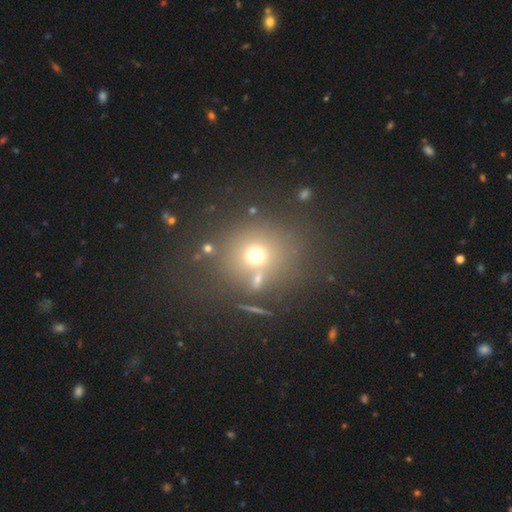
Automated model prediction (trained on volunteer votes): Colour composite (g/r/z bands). It shows a smooth galaxy with no disk features (65%) that is round (83%). Merging: none (71%).